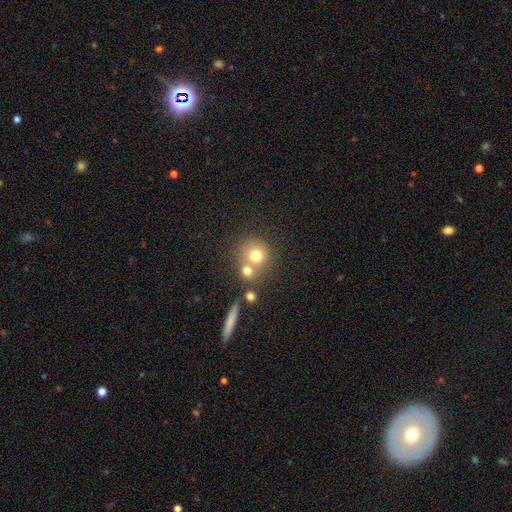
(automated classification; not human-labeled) Overall: smooth (72%). How rounded: round (88%). Merging: none (49%; merger 39%).